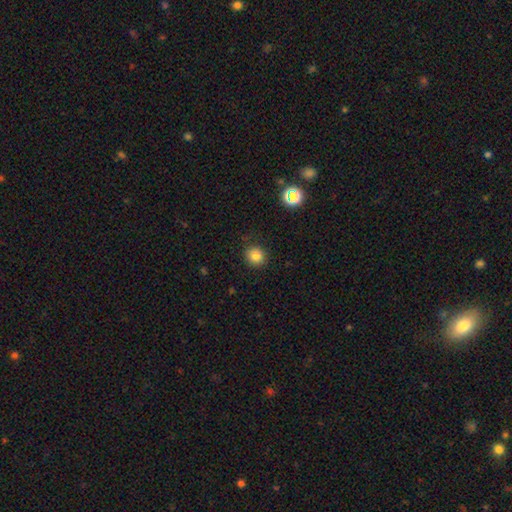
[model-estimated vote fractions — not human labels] smooth 81%, star or artifact 13%, featured or disk 6%. Down the decision tree: how rounded — round (88%); merging — none (86%).